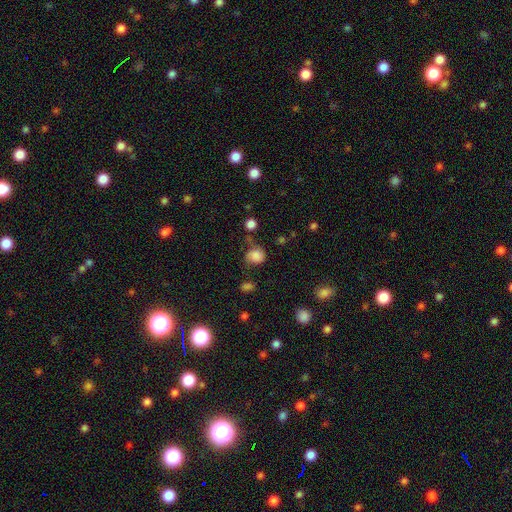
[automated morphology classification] Q: Smooth or featured?
A: smooth (77%); runner-up: featured or disk (12%)
Q: How rounded?
A: round (67%); runner-up: in between (32%)
Q: Merging?
A: none (46%); runner-up: minor disturbance (29%)